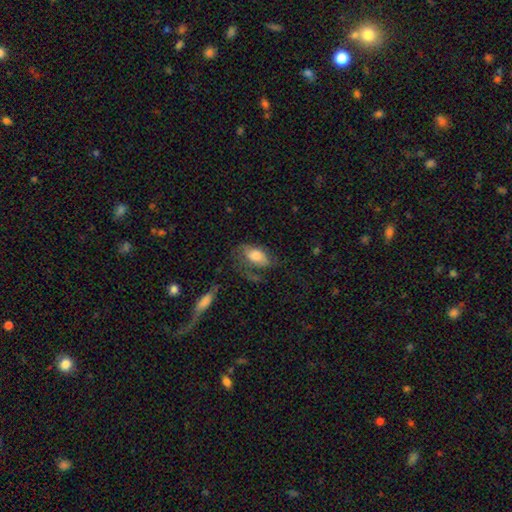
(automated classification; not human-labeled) Smooth or featured?
  - smooth: 63% *
  - featured or disk: 28%
  - star or artifact: 8%
How rounded?
  - in between: 89% *
  - round: 6%
  - cigar-shaped: 4%
Merging?
  - none: 36% *
  - major disturbance: 35%
  - minor disturbance: 25%
  - merger: 4%